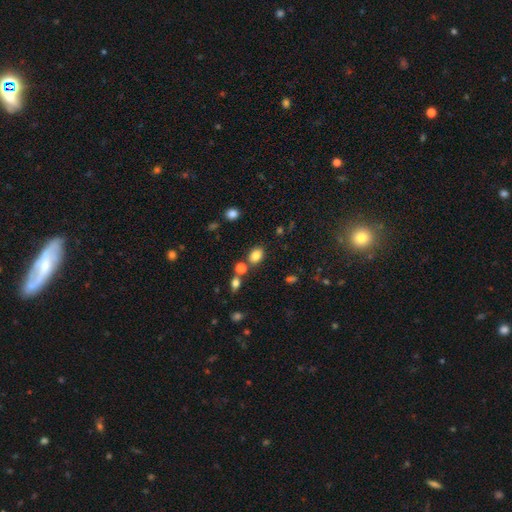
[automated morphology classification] Smooth or featured? smooth (82%)
How rounded? in between (70%)
Merging? none (71%)